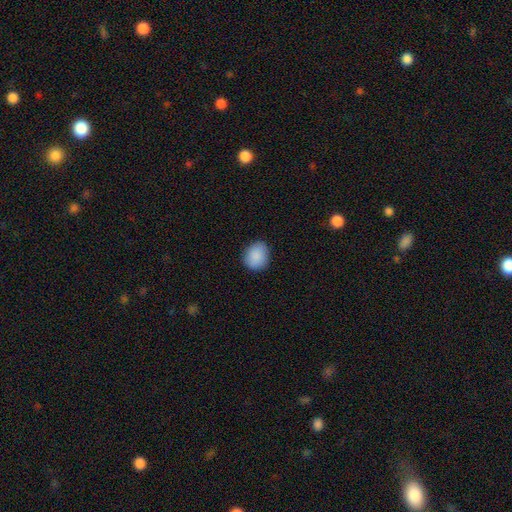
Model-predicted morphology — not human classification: A smooth galaxy with no disk features (89%) that is round (63%).

Vote fractions:
- Smooth or featured? smooth: 89% / star or artifact: 7% / featured or disk: 3%
- How rounded? round: 63% / in between: 36% / cigar-shaped: 1%
- Merging? none: 86% / minor disturbance: 11% / major disturbance: 2% / merger: 1%